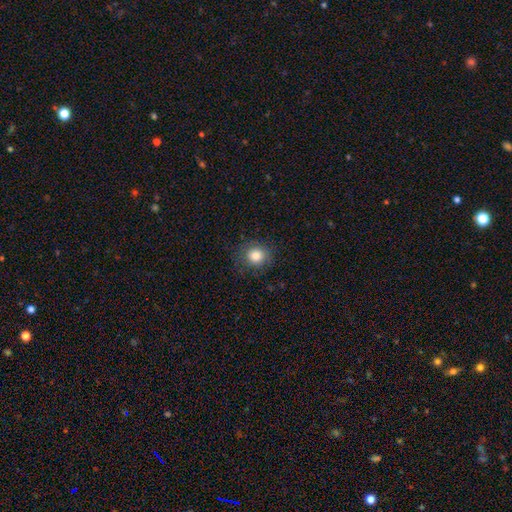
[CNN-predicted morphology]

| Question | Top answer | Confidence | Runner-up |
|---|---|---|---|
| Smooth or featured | smooth | 83% | star or artifact (10%) |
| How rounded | round | 84% | in between (15%) |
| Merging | none | 82% | minor disturbance (12%) |